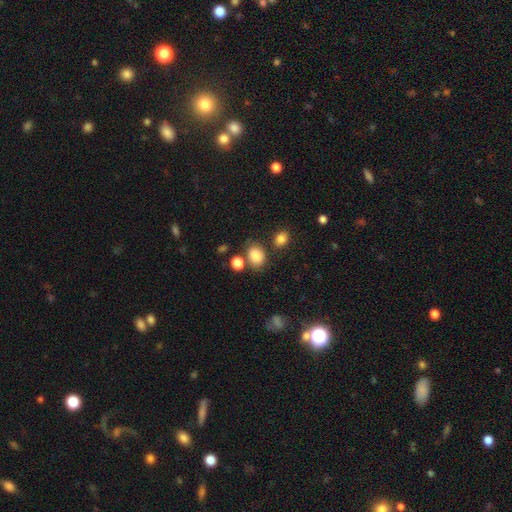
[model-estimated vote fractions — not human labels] This is clearly a smooth galaxy (84%). How rounded: possibly in between (57%). Merging: likely none (68%).